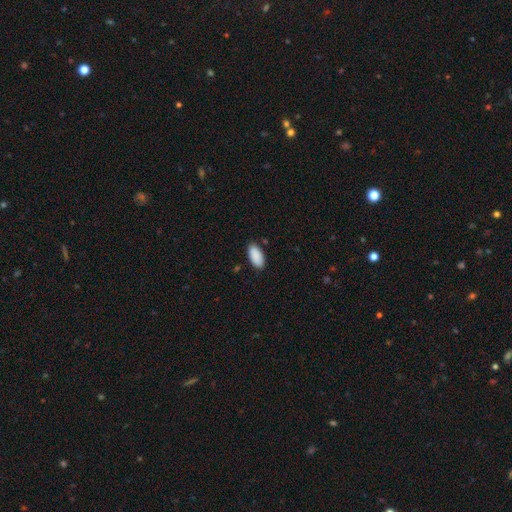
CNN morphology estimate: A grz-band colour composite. It shows a smooth galaxy with no disk features (90%) that is in between round and cigar-shaped (94%). Merging: none (85%).